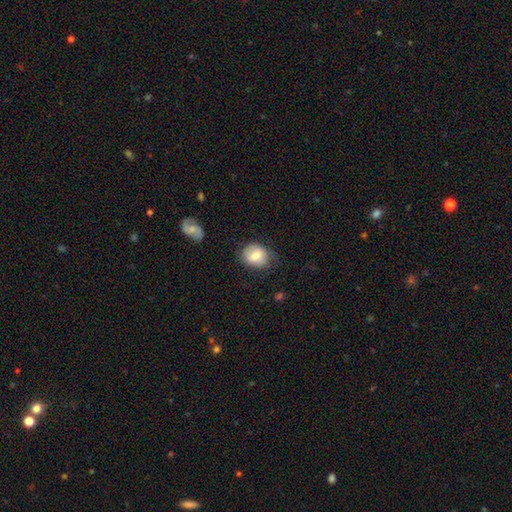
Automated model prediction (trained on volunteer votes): Q: Smooth or featured?
A: smooth (76%); runner-up: featured or disk (17%)
Q: How rounded?
A: round (52%); runner-up: in between (48%)
Q: Merging?
A: none (61%); runner-up: minor disturbance (28%)